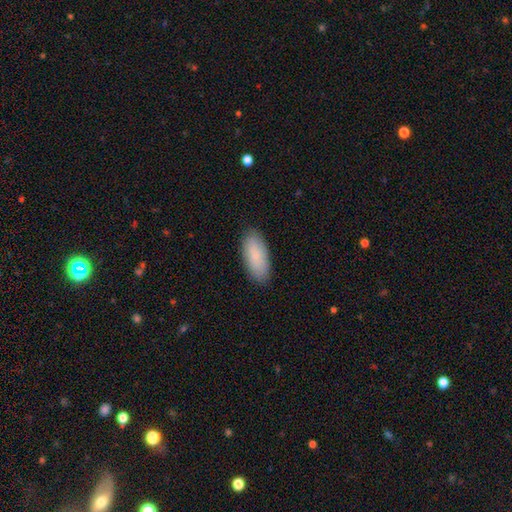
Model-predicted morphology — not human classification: Smooth or featured?
  - smooth: 87% *
  - featured or disk: 8%
  - star or artifact: 6%
How rounded?
  - in between: 87% *
  - cigar-shaped: 11%
  - round: 2%
Merging?
  - none: 87% *
  - minor disturbance: 10%
  - major disturbance: 2%
  - merger: 1%